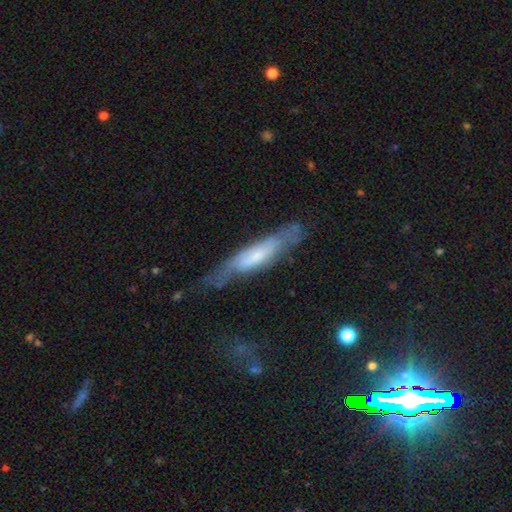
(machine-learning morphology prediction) Q: Smooth or featured?
A: featured or disk (49%); runner-up: smooth (44%)
Q: Merging?
A: none (55%); runner-up: minor disturbance (27%)